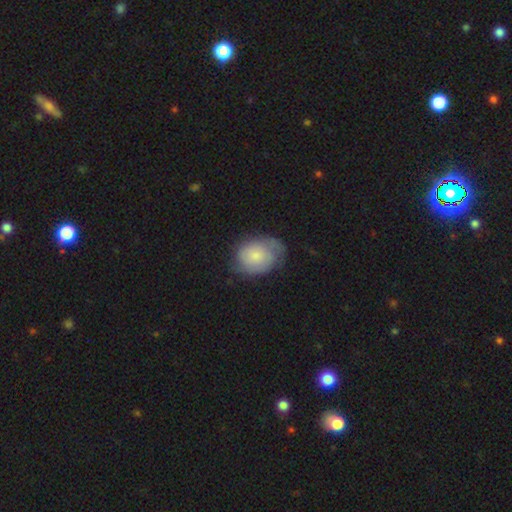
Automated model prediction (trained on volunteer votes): A smooth galaxy with no disk features (56%) that is in between round and cigar-shaped (63%).

Vote fractions:
- Smooth or featured? smooth: 56% / featured or disk: 37% / star or artifact: 7%
- How rounded? in between: 63% / round: 36% / cigar-shaped: 1%
- Merging? none: 56% / minor disturbance: 31% / major disturbance: 12% / merger: 2%